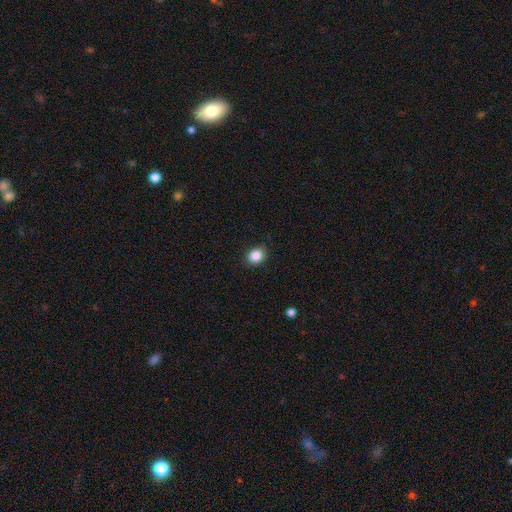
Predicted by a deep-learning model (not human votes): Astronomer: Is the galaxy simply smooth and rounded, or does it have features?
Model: smooth — 87%.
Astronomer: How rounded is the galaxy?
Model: round — 65%.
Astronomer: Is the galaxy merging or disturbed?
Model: none — 86%.